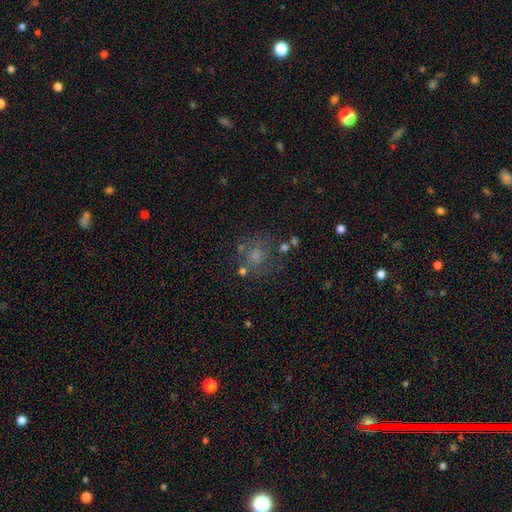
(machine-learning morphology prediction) Smooth or featured? Predicted: smooth (p=0.55). How rounded? Predicted: round (p=0.81). Merging? Predicted: none (p=0.65).